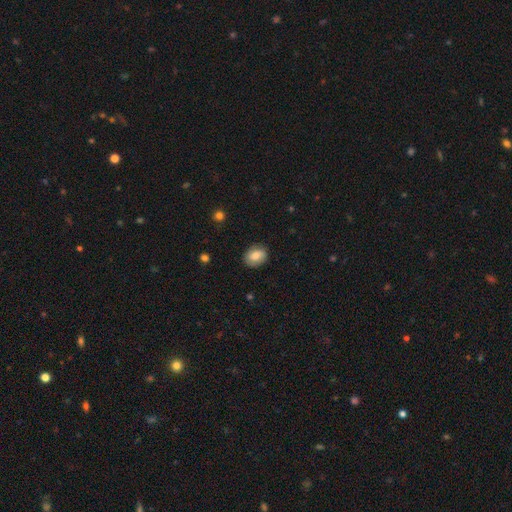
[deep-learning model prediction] Q: Smooth or featured?
A: smooth (75%); runner-up: featured or disk (17%)
Q: How rounded?
A: in between (64%); runner-up: round (34%)
Q: Merging?
A: none (82%); runner-up: minor disturbance (14%)